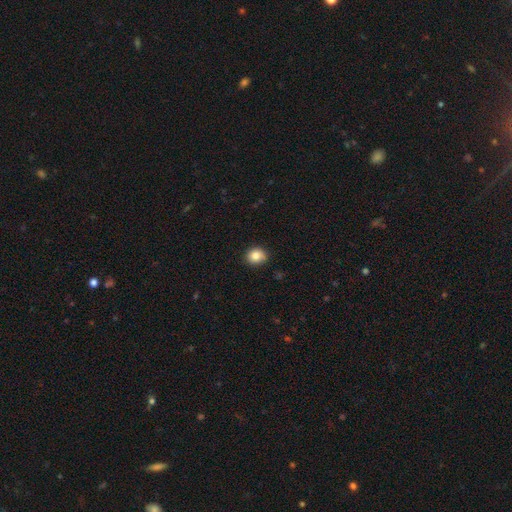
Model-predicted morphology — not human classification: This appears to be a smooth galaxy with no disk features (85%) that is round (72%). Merging: none (86%).